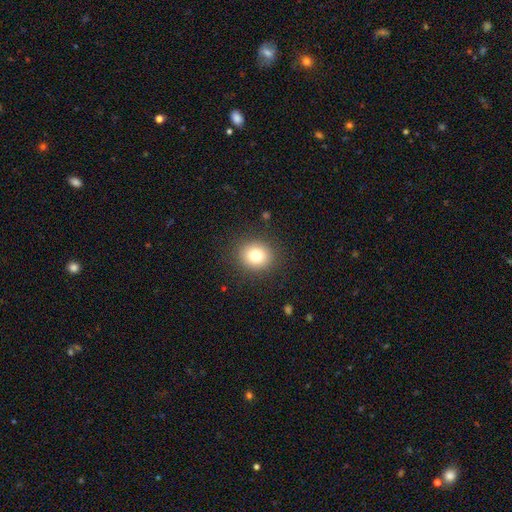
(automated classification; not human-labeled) Smooth or featured? smooth (79%)
How rounded? round (78%)
Merging? none (89%)